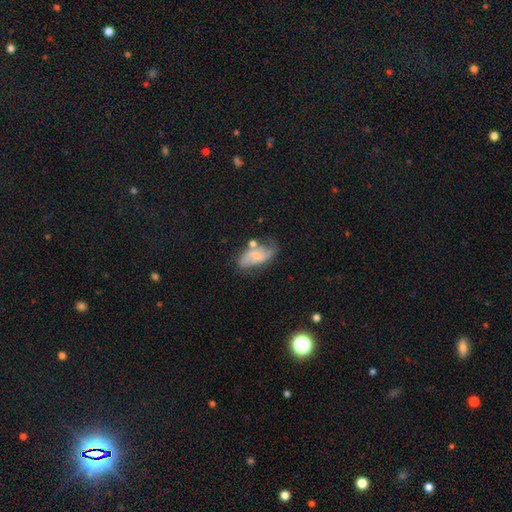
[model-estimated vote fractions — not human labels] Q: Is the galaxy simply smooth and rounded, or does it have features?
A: featured or disk — 62%.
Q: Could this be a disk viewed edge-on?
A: no — 95%.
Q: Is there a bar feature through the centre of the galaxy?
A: no — 49%.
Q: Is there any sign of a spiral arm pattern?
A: yes — 86%.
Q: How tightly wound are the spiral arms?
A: loose — 59%.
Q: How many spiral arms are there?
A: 2 — 84%.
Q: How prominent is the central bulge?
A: small — 42%.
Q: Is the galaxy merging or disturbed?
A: none — 44%.